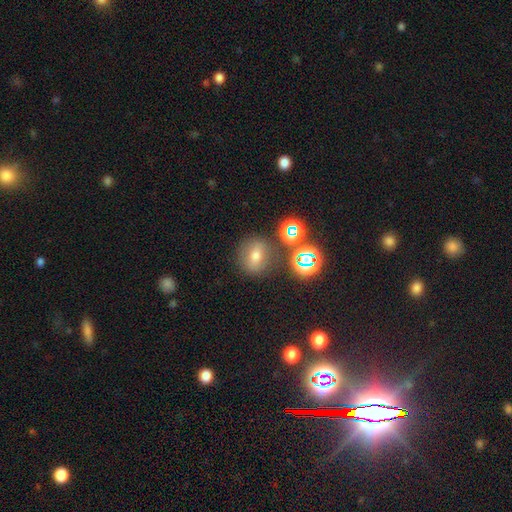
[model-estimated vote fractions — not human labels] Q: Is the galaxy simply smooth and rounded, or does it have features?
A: smooth — 55%.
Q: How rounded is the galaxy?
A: round — 63%.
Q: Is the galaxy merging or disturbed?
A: none — 78%.